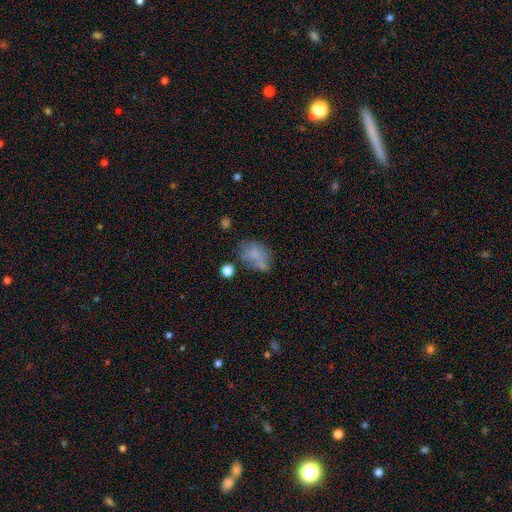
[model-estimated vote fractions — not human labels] A smooth galaxy with no disk features (63%) that is in between round and cigar-shaped (75%). Merging: none (43%).